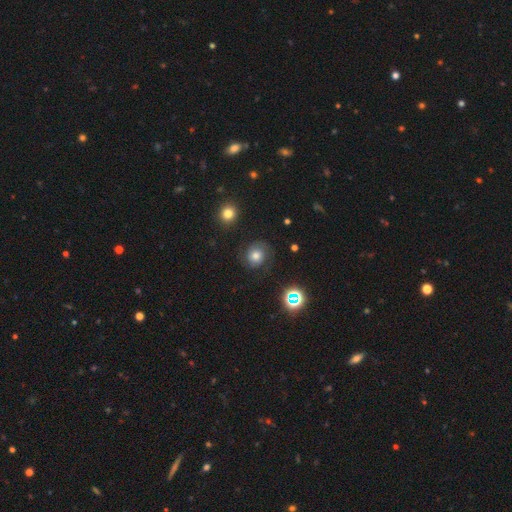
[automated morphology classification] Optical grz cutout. It shows a smooth galaxy with no disk features (44%). Merging: none (74%).